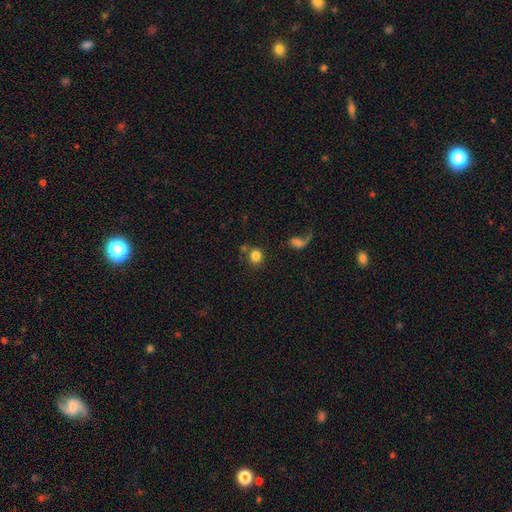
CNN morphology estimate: type=smooth (83%); roundness=round (83%); merging=none (68%).